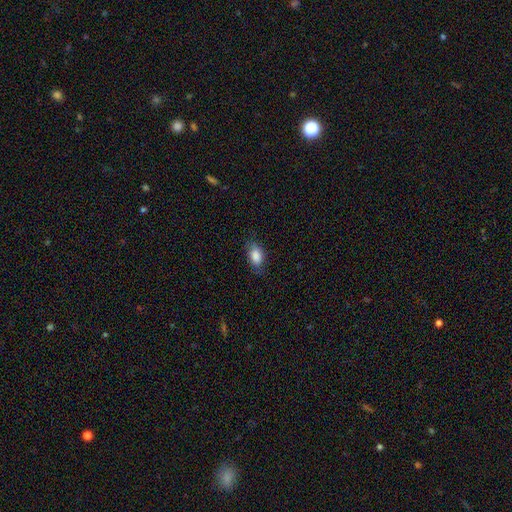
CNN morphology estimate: Q: Smooth or featured?
A: smooth (86%); runner-up: star or artifact (7%)
Q: How rounded?
A: in between (89%); runner-up: round (8%)
Q: Merging?
A: none (77%); runner-up: minor disturbance (18%)